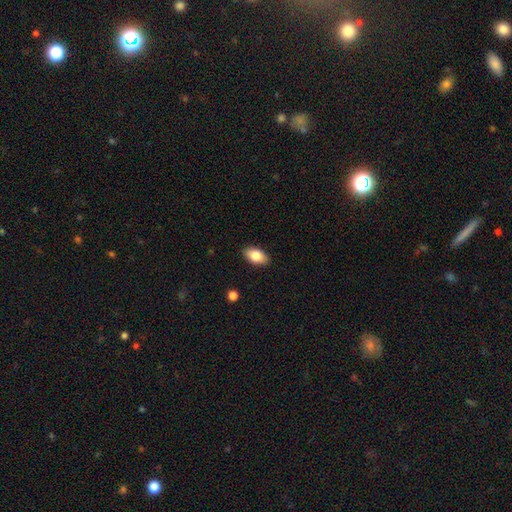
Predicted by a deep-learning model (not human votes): smooth-or-featured: smooth: 82% | featured or disk: 11% | star or artifact: 7%
  how-rounded: in between: 92% | round: 5% | cigar-shaped: 3%
  merging: none: 89% | minor disturbance: 8% | major disturbance: 2% | merger: 1%